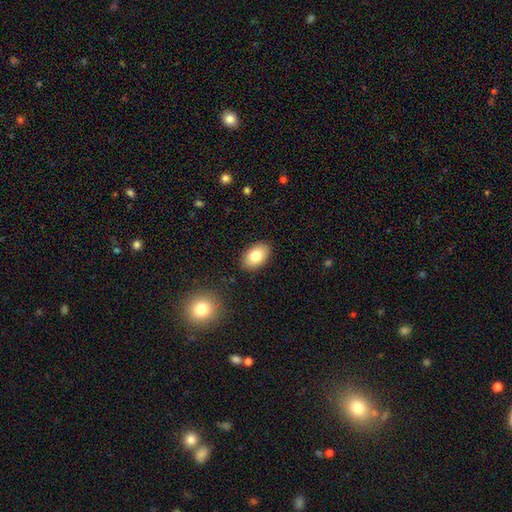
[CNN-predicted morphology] Q: Smooth or featured?
A: smooth (81%); runner-up: featured or disk (12%)
Q: How rounded?
A: in between (89%); runner-up: round (10%)
Q: Merging?
A: none (88%); runner-up: minor disturbance (9%)